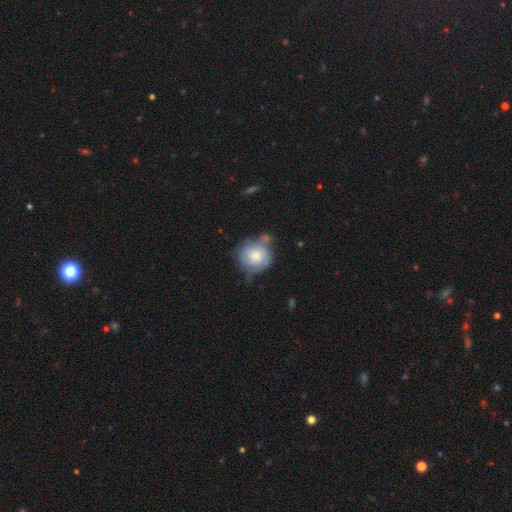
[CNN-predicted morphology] type=smooth (60%); roundness=round (85%); merging=none (47%).